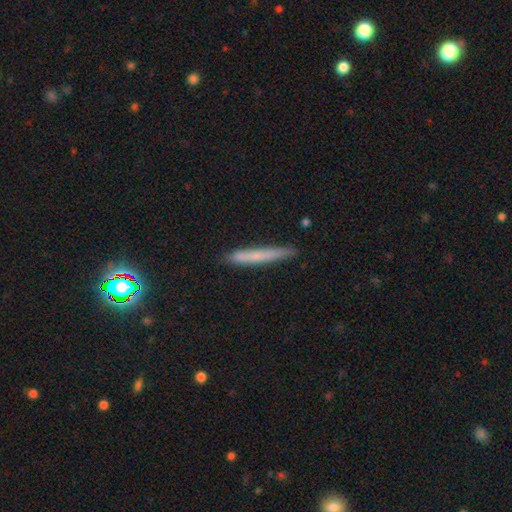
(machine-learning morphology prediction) Smooth or featured? smooth (62%)
How rounded? cigar-shaped (96%)
Merging? none (86%)